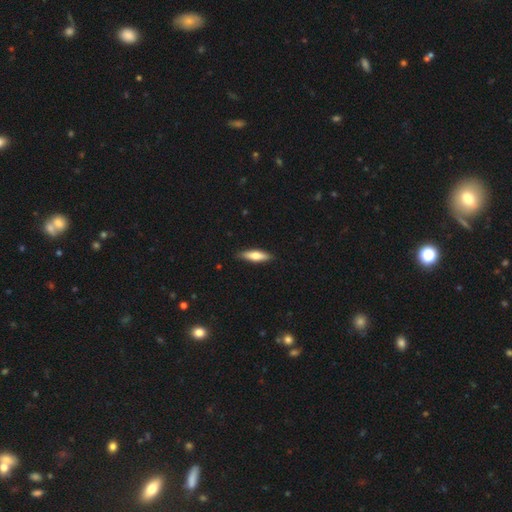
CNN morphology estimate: This appears to be a smooth galaxy with no disk features (61%) that is cigar-shaped (62%). Merging: none (88%).